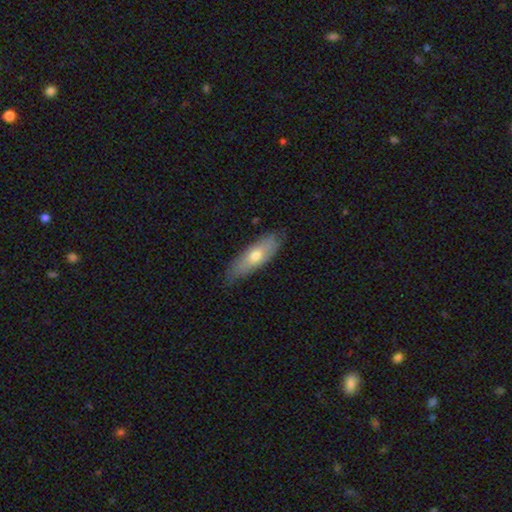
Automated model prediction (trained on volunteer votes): Smooth or featured?
  - smooth: 61% *
  - featured or disk: 33%
  - star or artifact: 6%
How rounded?
  - in between: 55% *
  - cigar-shaped: 43%
  - round: 2%
Merging?
  - none: 77% *
  - minor disturbance: 19%
  - major disturbance: 3%
  - merger: 1%